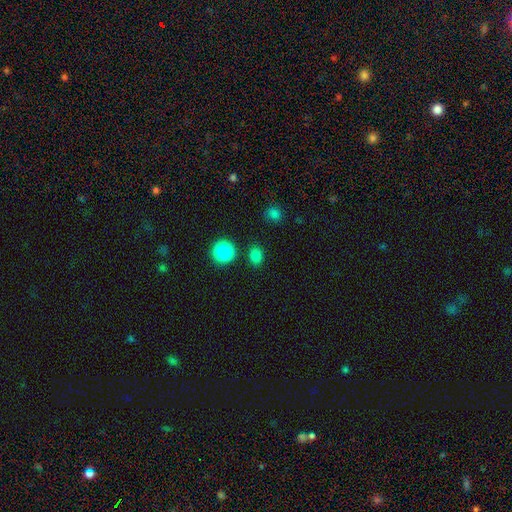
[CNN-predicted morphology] Smooth or featured: smooth — 82% (star or artifact — 14%)
How rounded: round — 61% (in between — 38%)
Merging: none — 81% (minor disturbance — 9%)